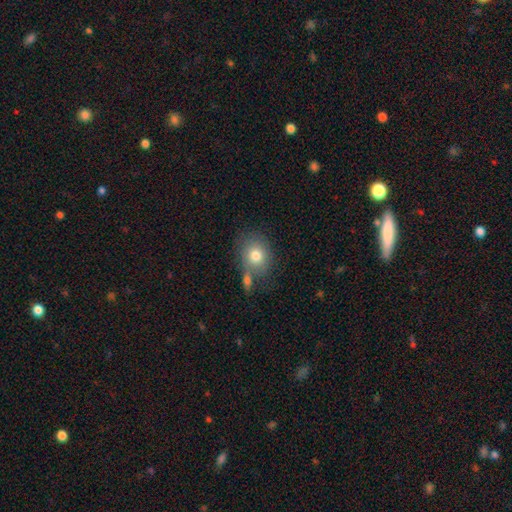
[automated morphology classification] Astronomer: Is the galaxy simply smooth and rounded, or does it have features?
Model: smooth — 77%.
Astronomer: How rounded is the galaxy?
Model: round — 62%.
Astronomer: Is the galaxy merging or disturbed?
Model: none — 56%.